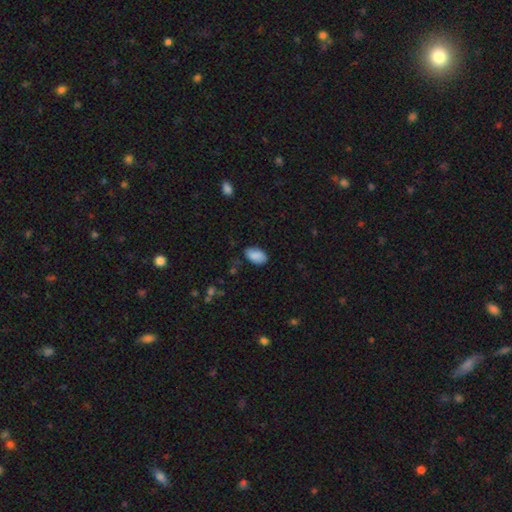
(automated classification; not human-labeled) This appears to be a smooth galaxy with no disk features (86%) that is in between round and cigar-shaped (93%). Merging: none (76%).